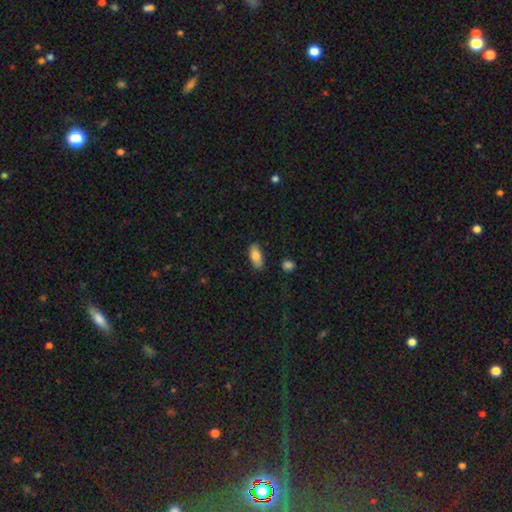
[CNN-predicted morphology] This is clearly a smooth galaxy (81%). How rounded: clearly in between (85%). Merging: clearly none (83%).